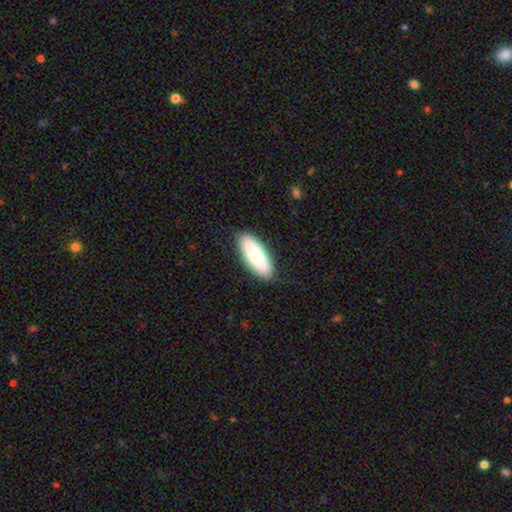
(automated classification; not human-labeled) Smooth or featured?
  - smooth: 83% *
  - featured or disk: 12%
  - star or artifact: 5%
How rounded?
  - in between: 72% *
  - cigar-shaped: 27%
  - round: 2%
Merging?
  - none: 87% *
  - minor disturbance: 10%
  - major disturbance: 2%
  - merger: 1%